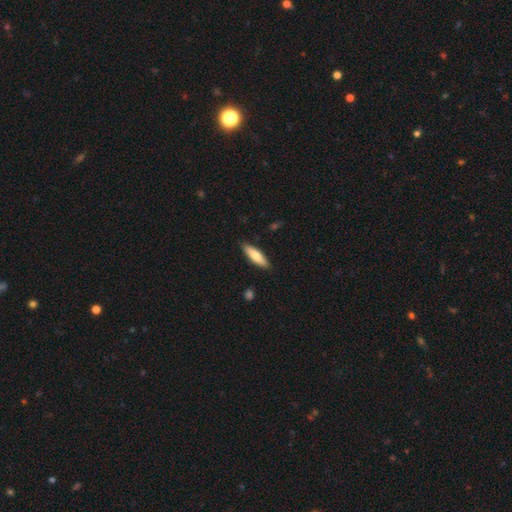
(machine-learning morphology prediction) type=smooth (74%); roundness=cigar-shaped (62%); merging=none (88%).